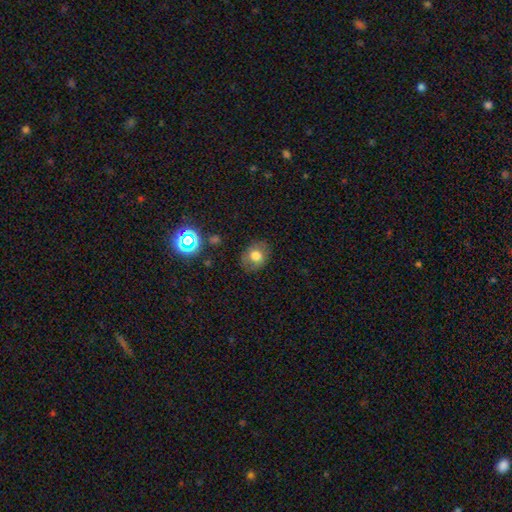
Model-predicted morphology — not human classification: type=smooth (71%); roundness=round (56%); merging=none (80%).